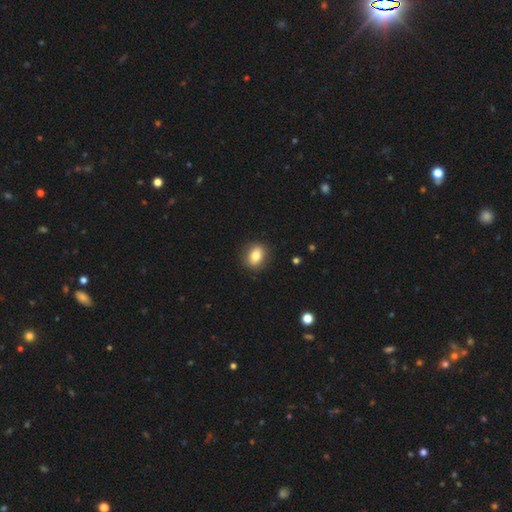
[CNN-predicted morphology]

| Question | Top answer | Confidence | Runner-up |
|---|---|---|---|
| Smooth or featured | smooth | 80% | featured or disk (11%) |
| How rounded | in between | 55% | round (43%) |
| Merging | none | 88% | minor disturbance (9%) |